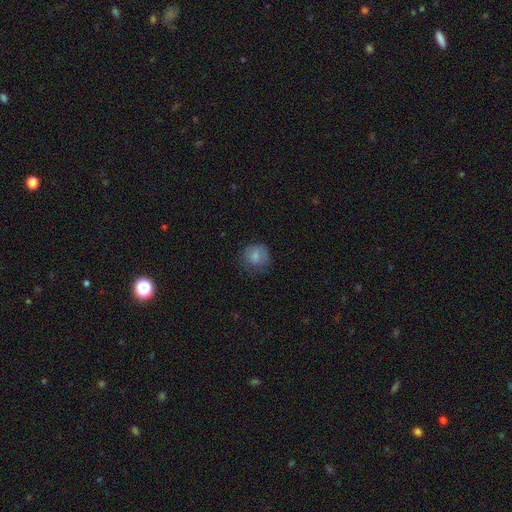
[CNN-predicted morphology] smooth-or-featured: smooth: 76% | featured or disk: 14% | star or artifact: 10%
  how-rounded: round: 78% | in between: 21% | cigar-shaped: 1%
  merging: none: 62% | minor disturbance: 23% | major disturbance: 13% | merger: 1%